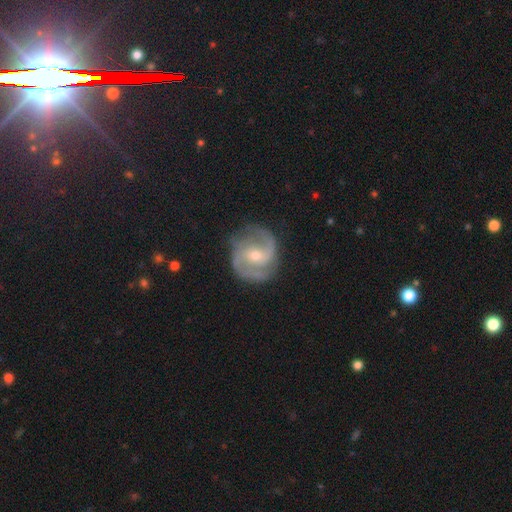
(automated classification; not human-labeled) Smooth or featured? Predicted: featured or disk (p=0.87). Edge-on disk? Predicted: no (p=0.98). Bar? Predicted: weak (p=0.49). Spiral arms? Predicted: yes (p=0.97). Spiral winding? Predicted: medium (p=0.53). Spiral arm count? Predicted: 2 (p=0.80). Bulge size? Predicted: small (p=0.51). Merging? Predicted: none (p=0.78).